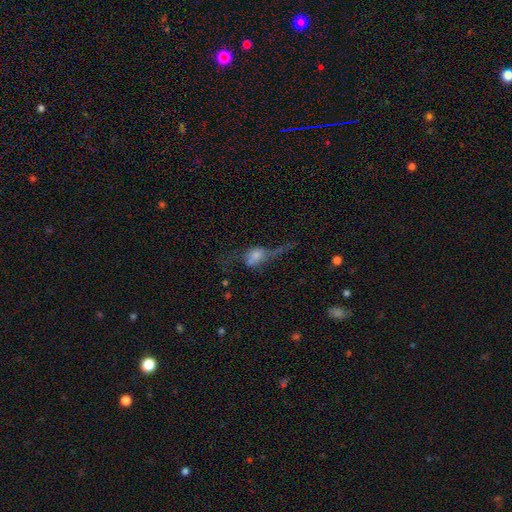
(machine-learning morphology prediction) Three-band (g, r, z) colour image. It shows a featured or disk galaxy (48%). Merging: major disturbance (41%).